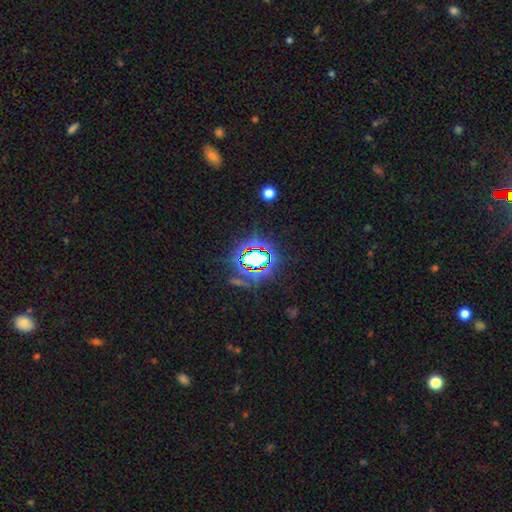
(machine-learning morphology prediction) This is likely a star or artifact rather than a galaxy (71%).